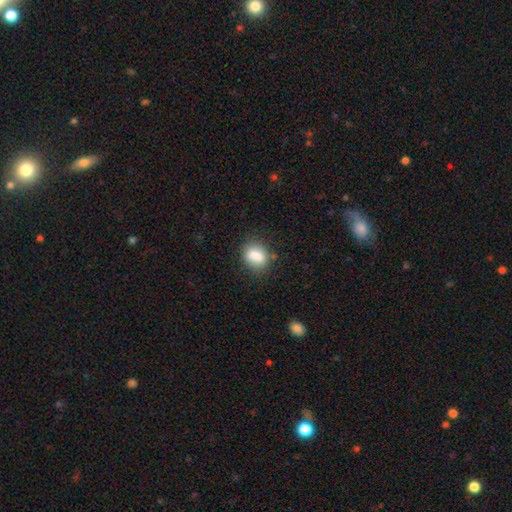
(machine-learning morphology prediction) smooth_or_featured: smooth (p=0.83) [alt: star or artifact p=0.09]
how_rounded: in between (p=0.59) [alt: round p=0.39]
merging: none (p=0.75) [alt: minor disturbance p=0.17]